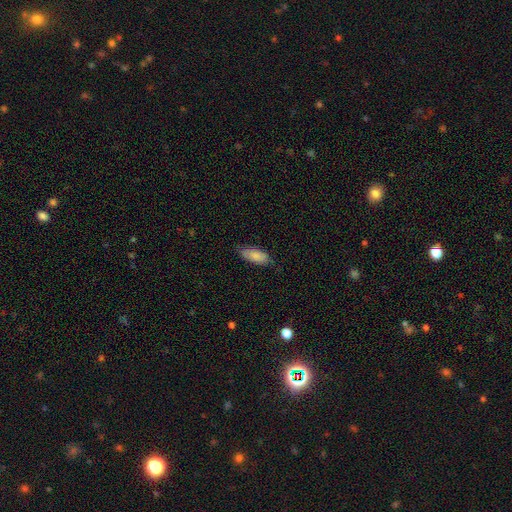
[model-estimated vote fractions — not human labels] Overall: smooth (83%). How rounded: in between (82%). Merging: none (76%).